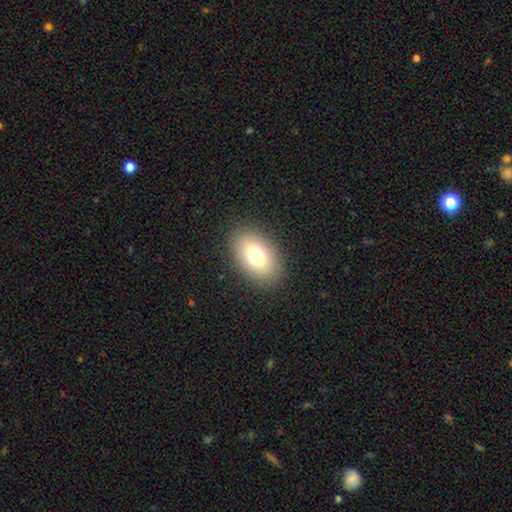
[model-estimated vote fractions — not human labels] The model was most divided on "smooth or featured": smooth: 76%, featured or disk: 14%, star or artifact: 10%. More confident: merging — none (88%); how rounded — in between (87%).